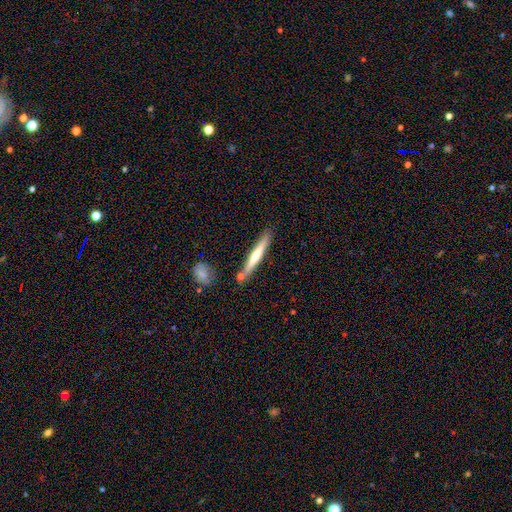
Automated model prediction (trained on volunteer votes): smooth_or_featured: smooth (p=0.52) [alt: featured or disk p=0.42]
how_rounded: cigar-shaped (p=0.95) [alt: in between p=0.03]
merging: none (p=0.82) [alt: minor disturbance p=0.11]